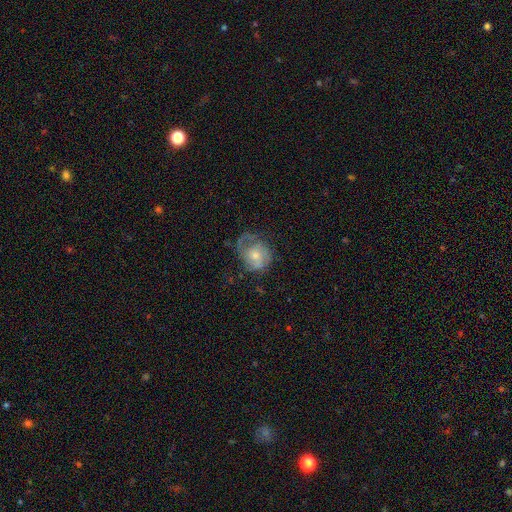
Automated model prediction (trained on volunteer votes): Q: Smooth or featured?
A: featured or disk (62%); runner-up: smooth (31%)
Q: Edge-on disk?
A: no (97%); runner-up: yes (3%)
Q: Bar?
A: no (78%); runner-up: weak (19%)
Q: Spiral arms?
A: yes (80%); runner-up: no (20%)
Q: Bulge size?
A: moderate (53%); runner-up: small (38%)
Q: Merging?
A: none (44%); runner-up: minor disturbance (27%)